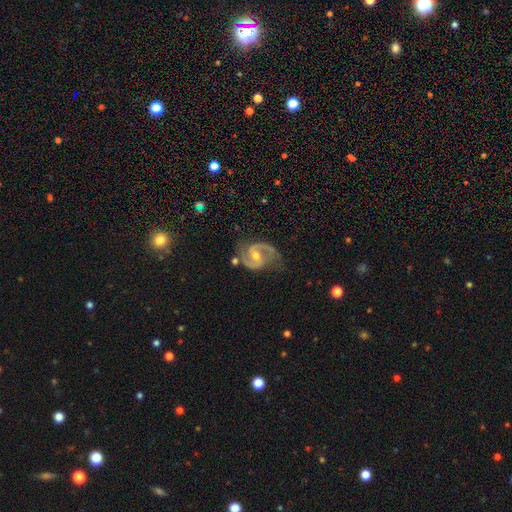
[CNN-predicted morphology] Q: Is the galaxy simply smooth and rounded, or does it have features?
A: featured or disk — 91%.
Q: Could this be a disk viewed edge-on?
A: no — 98%.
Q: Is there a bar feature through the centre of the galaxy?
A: weak — 47%.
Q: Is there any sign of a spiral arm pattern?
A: yes — 98%.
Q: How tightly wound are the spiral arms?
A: medium — 61%.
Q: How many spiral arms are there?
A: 2 — 93%.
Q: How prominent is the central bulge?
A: moderate — 56%.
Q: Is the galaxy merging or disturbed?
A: none — 72%.